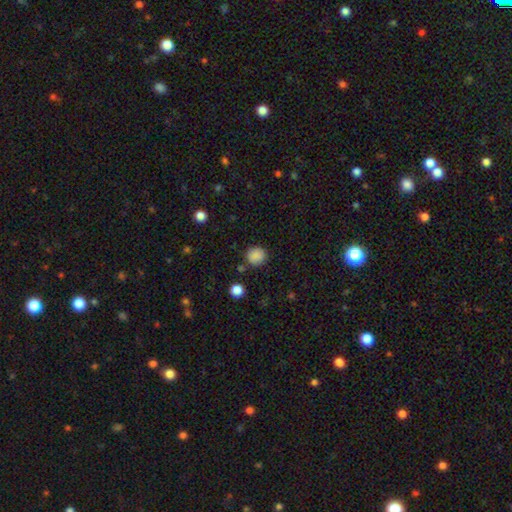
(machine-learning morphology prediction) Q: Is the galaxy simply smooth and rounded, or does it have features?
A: smooth — 86%.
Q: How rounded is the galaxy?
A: round — 89%.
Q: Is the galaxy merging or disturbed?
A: none — 84%.